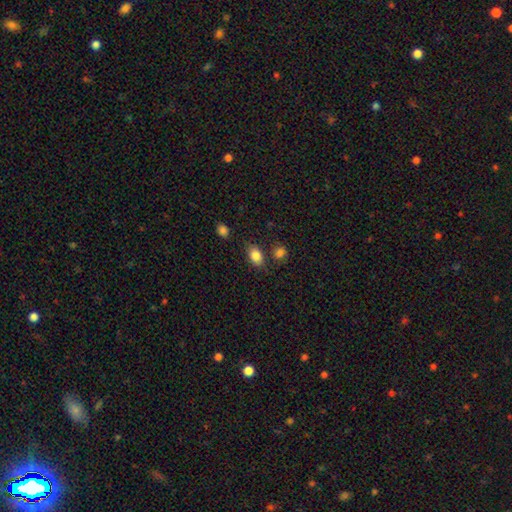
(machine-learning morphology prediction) Smooth or featured?
  - smooth: 85% *
  - star or artifact: 9%
  - featured or disk: 6%
How rounded?
  - in between: 80% *
  - round: 18%
  - cigar-shaped: 1%
Merging?
  - none: 75% *
  - minor disturbance: 14%
  - merger: 7%
  - major disturbance: 4%